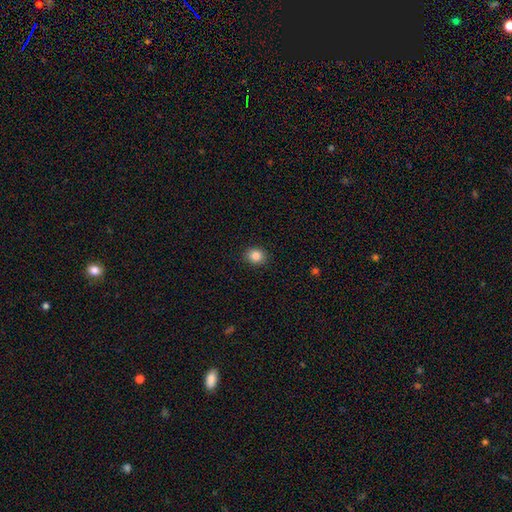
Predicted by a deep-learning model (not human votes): smooth-or-featured: smooth: 85% | star or artifact: 10% | featured or disk: 5%
  how-rounded: round: 74% | in between: 26% | cigar-shaped: 1%
  merging: none: 91% | minor disturbance: 7% | major disturbance: 2% | merger: 1%